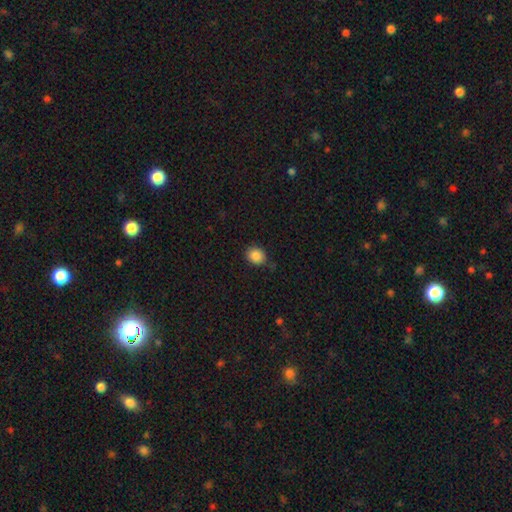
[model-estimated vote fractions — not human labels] Q: Smooth or featured?
A: smooth (87%); runner-up: star or artifact (9%)
Q: How rounded?
A: round (65%); runner-up: in between (35%)
Q: Merging?
A: none (79%); runner-up: minor disturbance (16%)